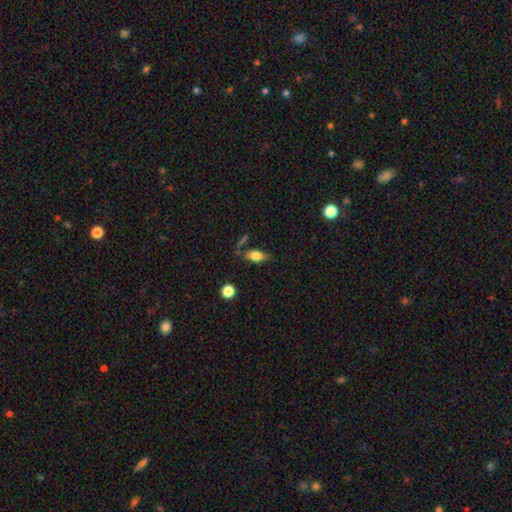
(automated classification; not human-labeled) The model was most divided on "merging": none: 69%, minor disturbance: 17%, merger: 9%, major disturbance: 5%. More confident: how rounded — in between (82%); smooth or featured — smooth (73%).